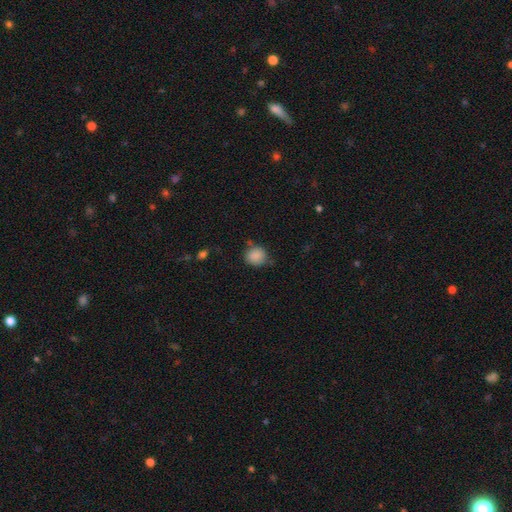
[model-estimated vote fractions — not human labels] Overall: smooth (87%). How rounded: round (82%). Merging: none (73%).